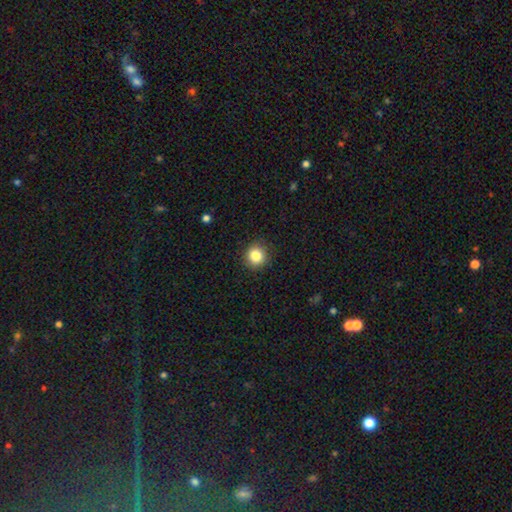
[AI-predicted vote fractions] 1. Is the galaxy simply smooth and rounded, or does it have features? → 84% smooth, 11% star or artifact, 5% featured or disk.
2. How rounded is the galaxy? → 91% round, 8% in between, 1% cigar-shaped.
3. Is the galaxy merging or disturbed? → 90% none, 7% minor disturbance, 2% major disturbance, 1% merger.